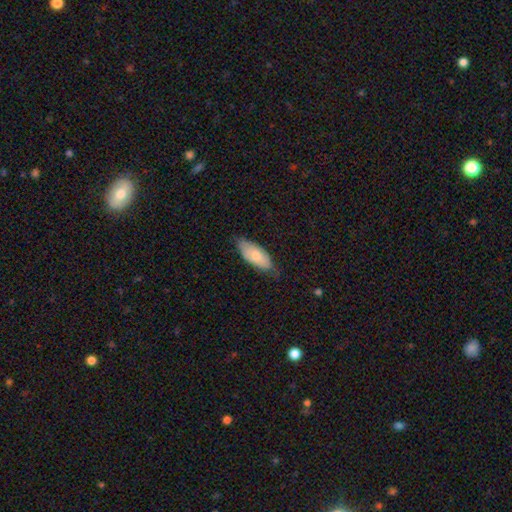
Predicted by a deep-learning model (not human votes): This is likely a smooth galaxy (73%). How rounded: clearly in between (86%). Merging: likely none (67%).